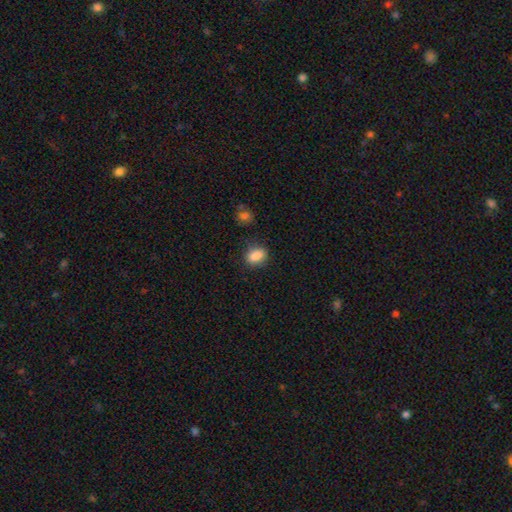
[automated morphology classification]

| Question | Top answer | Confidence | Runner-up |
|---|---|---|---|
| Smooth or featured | smooth | 87% | star or artifact (9%) |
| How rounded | in between | 69% | round (29%) |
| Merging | none | 79% | minor disturbance (15%) |